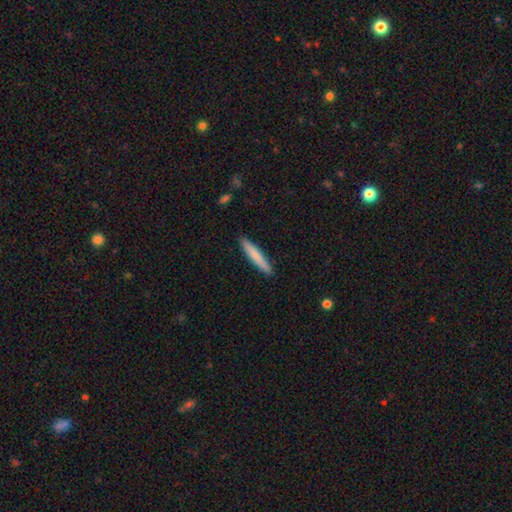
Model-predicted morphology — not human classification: type=smooth (77%); roundness=cigar-shaped (95%); merging=none (92%).